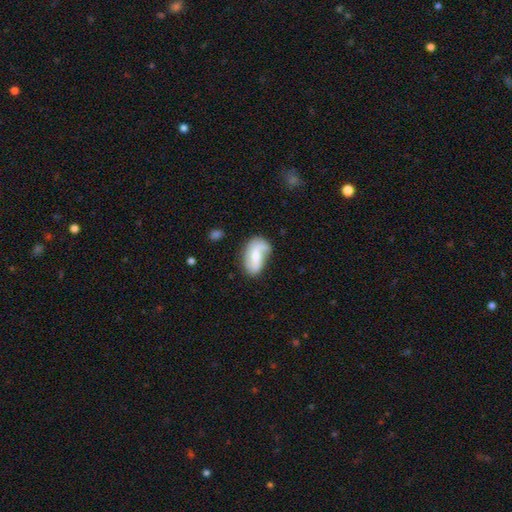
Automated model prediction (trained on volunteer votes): This appears to be a featured or disk galaxy (59%) with a weak bar (42%), spiral arms (82%) and a moderate central bulge (54%). Merging: none (55%).